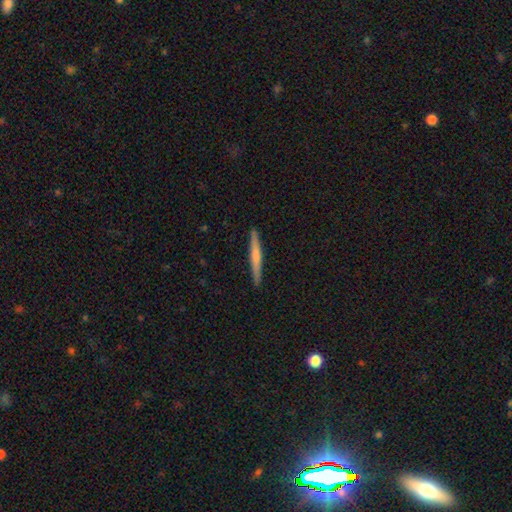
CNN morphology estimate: The model was most divided on "smooth or featured": smooth: 51%, featured or disk: 44%, star or artifact: 5%. More confident: how rounded — cigar-shaped (96%); merging — none (92%).